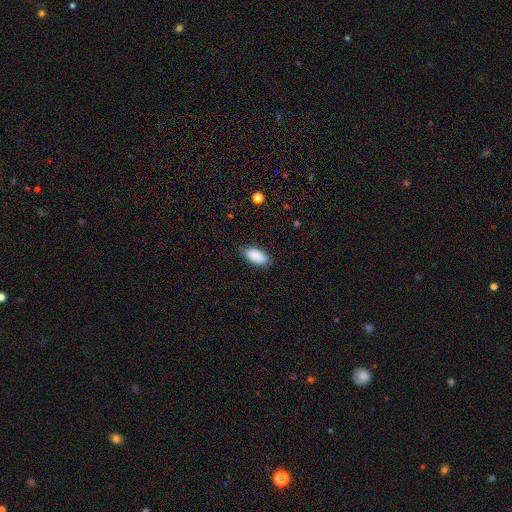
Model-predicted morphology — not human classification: smooth-or-featured: smooth: 89% | star or artifact: 7% | featured or disk: 5%
  how-rounded: in between: 92% | cigar-shaped: 5% | round: 3%
  merging: none: 78% | minor disturbance: 18% | major disturbance: 3% | merger: 1%